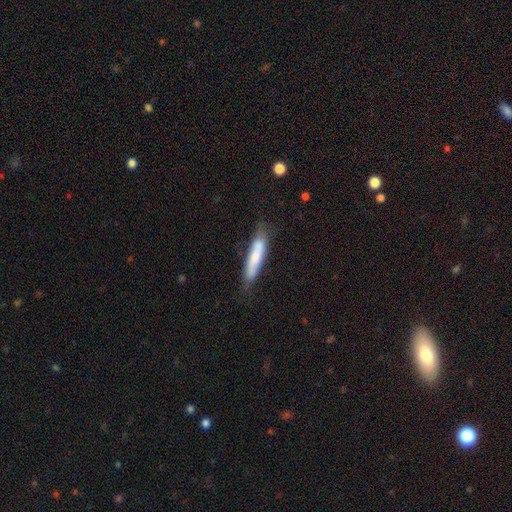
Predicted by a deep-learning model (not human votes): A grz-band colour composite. It shows a smooth galaxy with no disk features (68%) that is cigar-shaped (83%). Merging: none (68%).